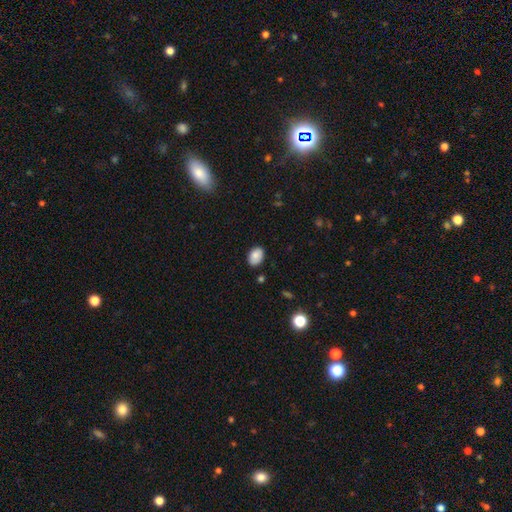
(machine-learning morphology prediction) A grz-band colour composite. It shows a smooth galaxy with no disk features (84%) that is in between round and cigar-shaped (84%). Merging: none (82%).